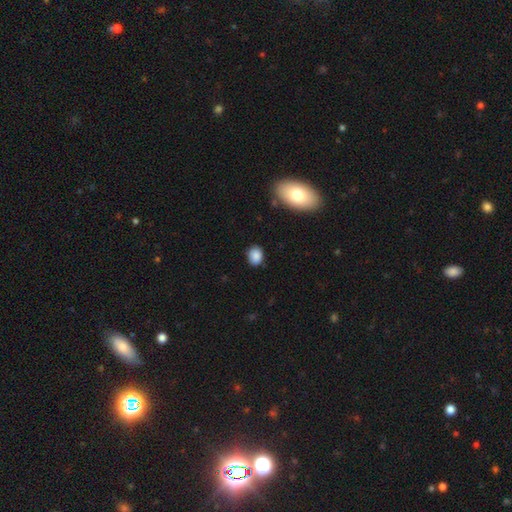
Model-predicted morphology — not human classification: Smooth or featured? Predicted: smooth (p=0.87). How rounded? Predicted: in between (p=0.55). Merging? Predicted: none (p=0.84).